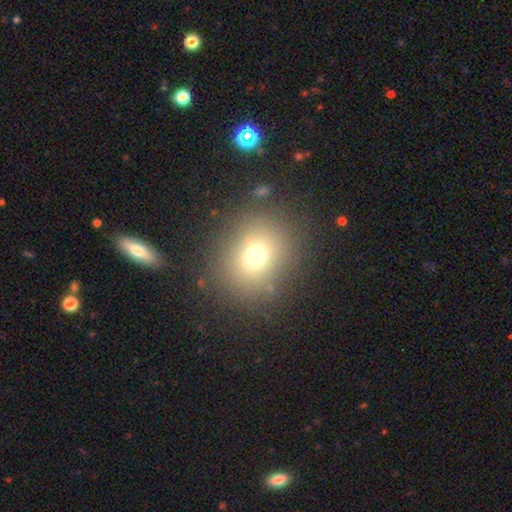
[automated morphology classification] Smooth or featured?
  - smooth: 72% *
  - star or artifact: 17%
  - featured or disk: 12%
How rounded?
  - round: 69% *
  - in between: 30%
  - cigar-shaped: 1%
Merging?
  - none: 82% *
  - minor disturbance: 10%
  - major disturbance: 5%
  - merger: 3%